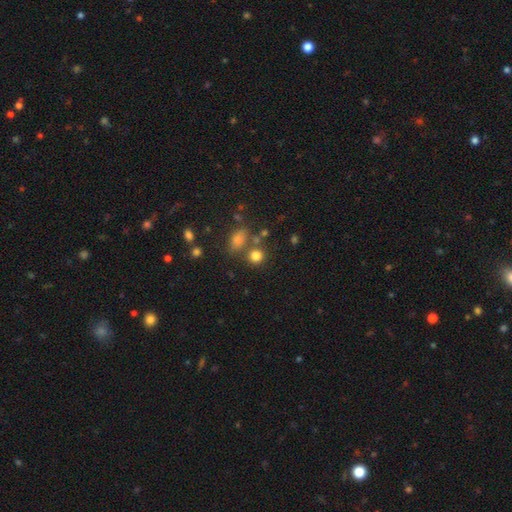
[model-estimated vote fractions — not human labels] smooth-or-featured: smooth: 79% | star or artifact: 14% | featured or disk: 7%
  how-rounded: round: 82% | in between: 17% | cigar-shaped: 1%
  merging: none: 66% | merger: 18% | minor disturbance: 10% | major disturbance: 5%